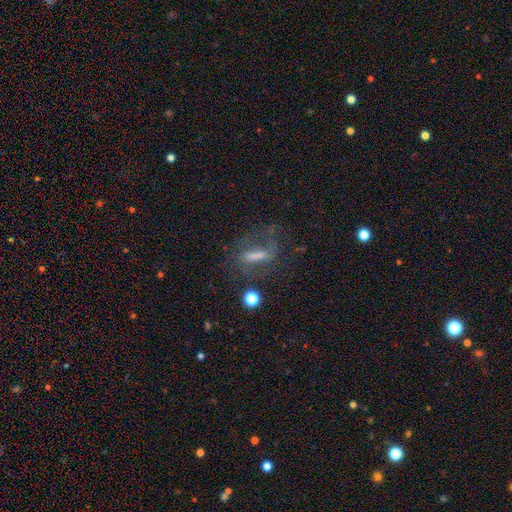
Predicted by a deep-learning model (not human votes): Overall: featured or disk (51%; smooth 31%). Edge-on disk: no (75%). Merging: none (57%; major disturbance 22%).